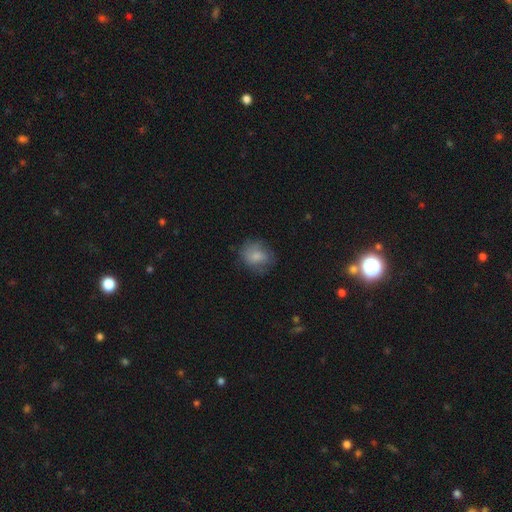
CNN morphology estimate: This is likely a smooth galaxy (77%). How rounded: likely round (64%). Merging: likely none (67%).